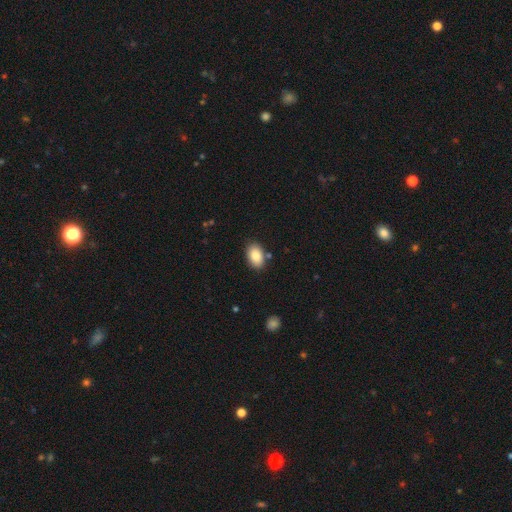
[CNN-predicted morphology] type=smooth (86%); roundness=in between (89%); merging=none (84%).